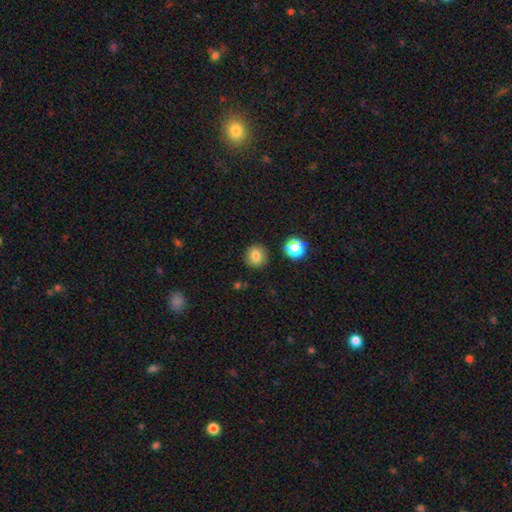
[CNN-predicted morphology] A smooth galaxy with no disk features (81%) that is round (87%). Merging: none (88%).